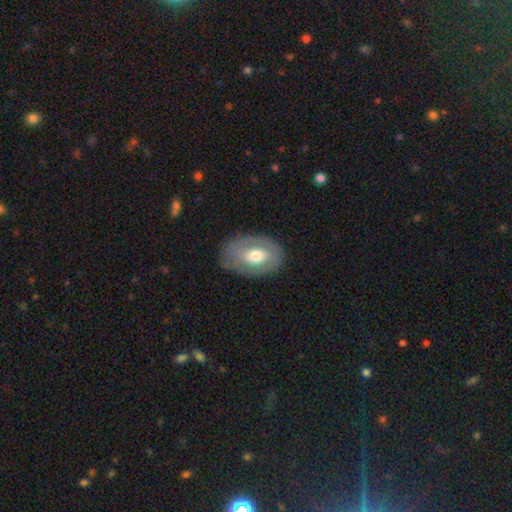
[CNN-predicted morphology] featured or disk 49%, smooth 45%, star or artifact 6%. Down the decision tree: merging — none (73%).